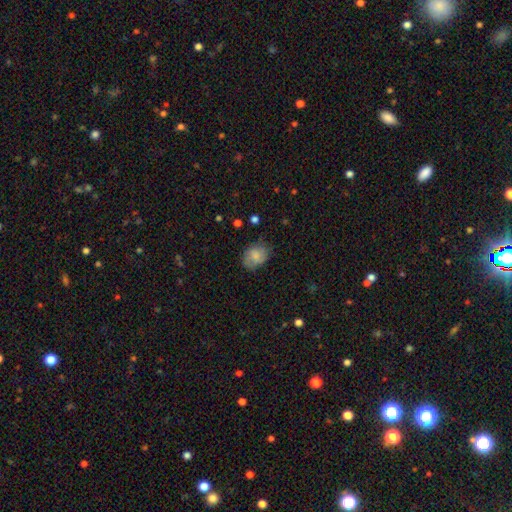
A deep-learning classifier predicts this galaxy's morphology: Smooth or featured? smooth (76%)
How rounded? in between (62%)
Merging? none (66%)